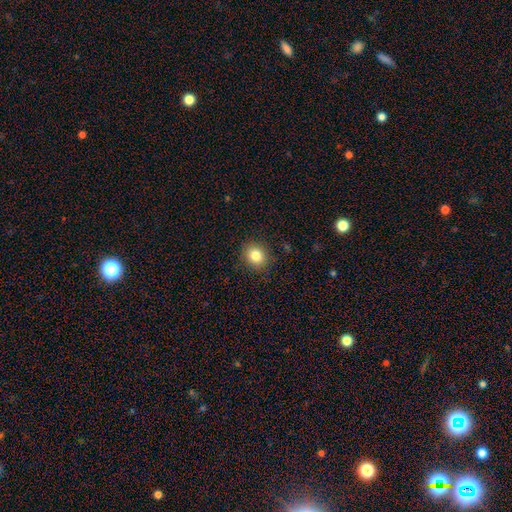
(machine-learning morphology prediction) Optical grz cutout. It shows a smooth galaxy with no disk features (82%) that is round (76%). Merging: none (89%).